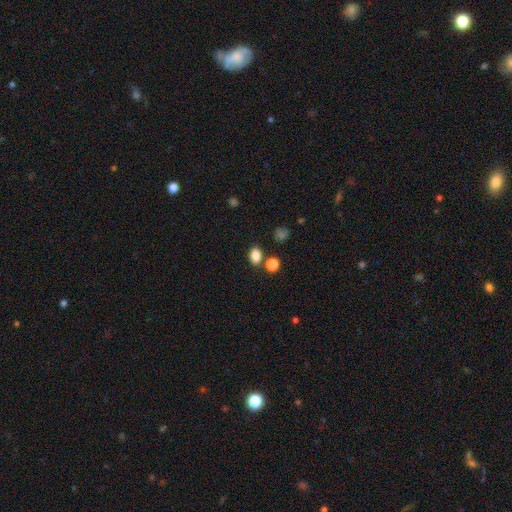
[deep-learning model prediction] This is clearly a smooth galaxy (83%). How rounded: likely in between (74%). Merging: likely none (75%).